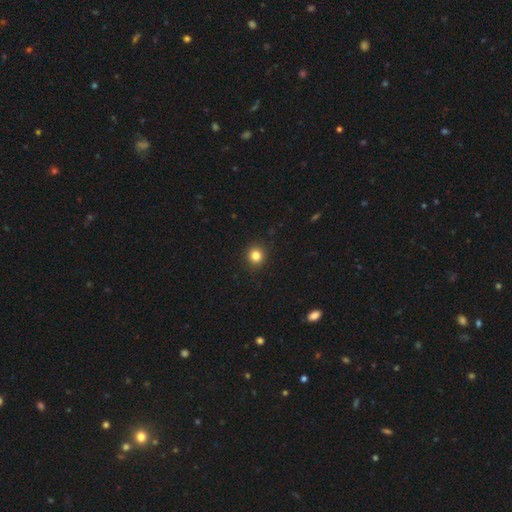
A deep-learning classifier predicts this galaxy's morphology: smooth 83%, star or artifact 12%, featured or disk 5%. Down the decision tree: how rounded — round (89%); merging — none (92%).